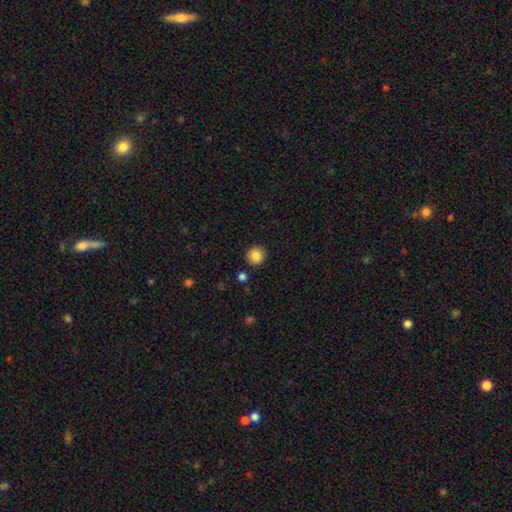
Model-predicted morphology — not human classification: type=smooth (86%); roundness=round (94%); merging=none (91%).